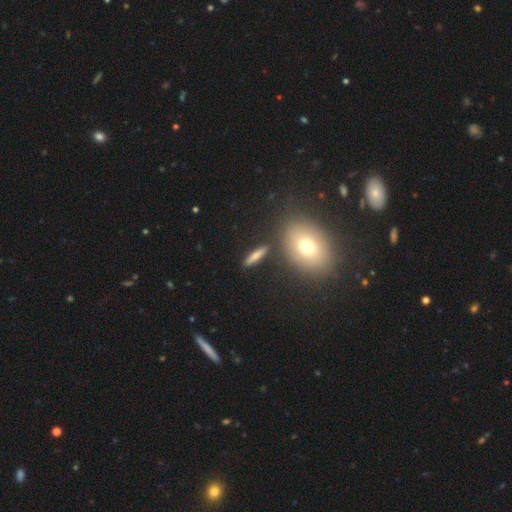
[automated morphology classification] Smooth or featured? smooth (65%)
How rounded? cigar-shaped (71%)
Merging? none (85%)